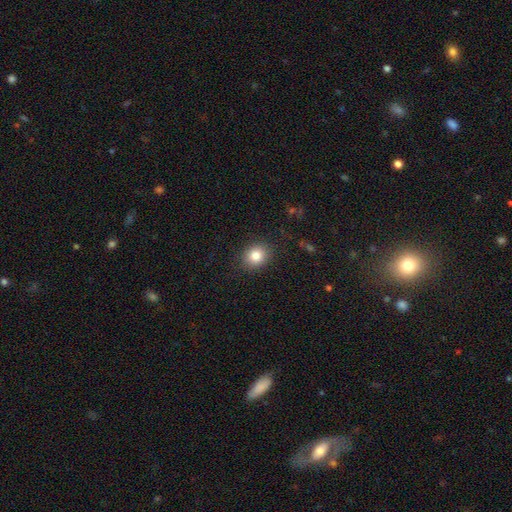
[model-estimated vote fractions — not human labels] A smooth galaxy with no disk features (83%) that is round (66%). Merging: none (88%).